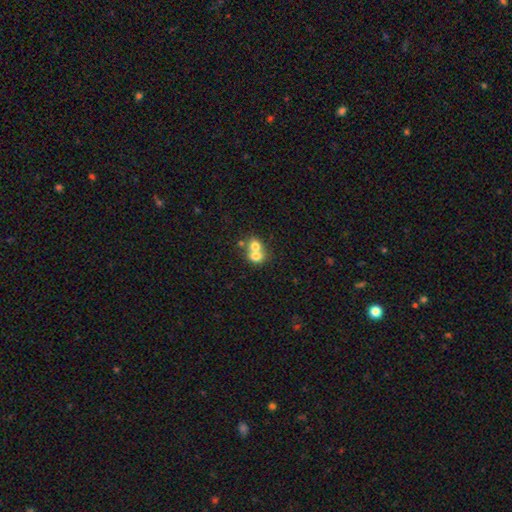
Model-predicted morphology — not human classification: Smooth or featured? Predicted: smooth (p=0.70). How rounded? Predicted: round (p=0.67). Merging? Predicted: merger (p=0.71).